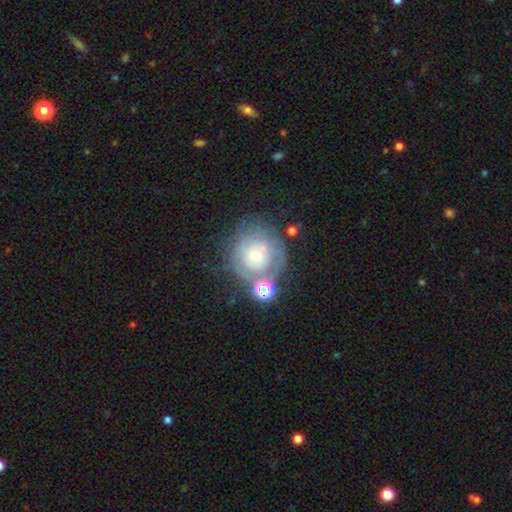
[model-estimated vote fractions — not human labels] Smooth or featured?
  - featured or disk: 54% *
  - smooth: 35%
  - star or artifact: 12%
Edge-on disk?
  - no: 97% *
  - yes: 3%
Bar?
  - no: 82% *
  - weak: 14%
  - strong: 4%
Spiral arms?
  - yes: 55% *
  - no: 45%
Bulge size?
  - small: 55% *
  - moderate: 32%
  - large: 7%
  - none: 4%
  - dominant: 2%
Merging?
  - none: 50% *
  - minor disturbance: 19%
  - major disturbance: 16%
  - merger: 15%